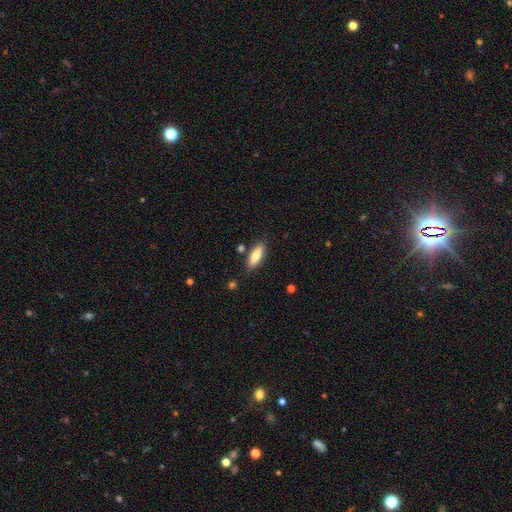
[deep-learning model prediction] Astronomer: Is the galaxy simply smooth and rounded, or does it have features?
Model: smooth — 78%.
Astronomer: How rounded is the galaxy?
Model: in between — 57% (runner-up: cigar-shaped, 40%).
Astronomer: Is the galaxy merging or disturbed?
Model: none — 83%.